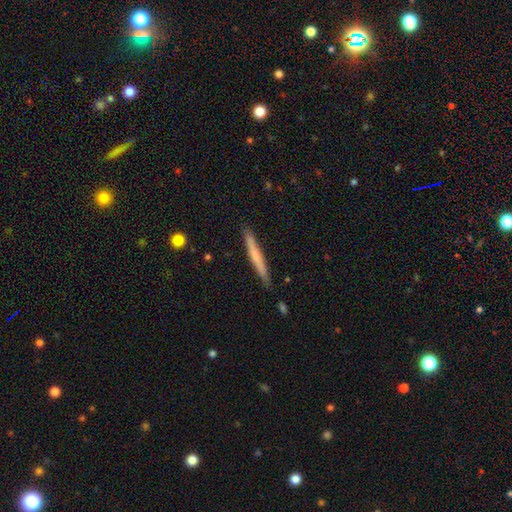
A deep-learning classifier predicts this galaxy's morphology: The model was most divided on "smooth or featured": smooth: 60%, featured or disk: 35%, star or artifact: 5%. More confident: how rounded — cigar-shaped (97%); merging — none (87%).